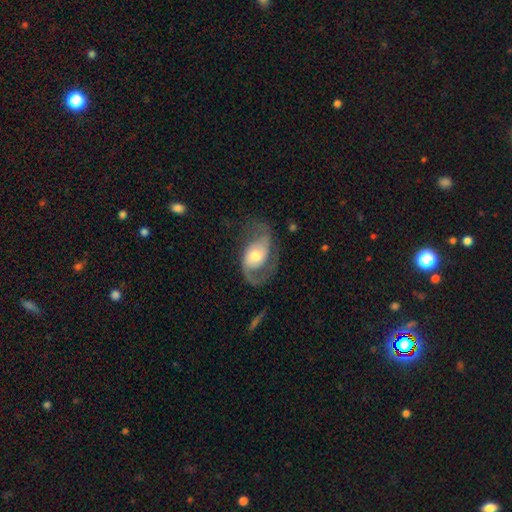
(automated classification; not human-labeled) smooth-or-featured: featured or disk: 78% | smooth: 17% | star or artifact: 5%
  disk-edge-on: no: 96% | yes: 4%
    bar: no: 66% | weak: 27% | strong: 7%
    has-spiral-arms: yes: 92% | no: 8%
      spiral-winding: medium: 44% | loose: 38% | tight: 17%
      spiral-arm-count: 2: 75% | 1: 16% | can't tell: 5% | 3: 1% | 4: 1% | more than 4: 1%
    bulge-size: moderate: 66% | large: 17% | small: 15% | dominant: 2% | none: 1%
  merging: none: 51% | major disturbance: 26% | minor disturbance: 20% | merger: 2%